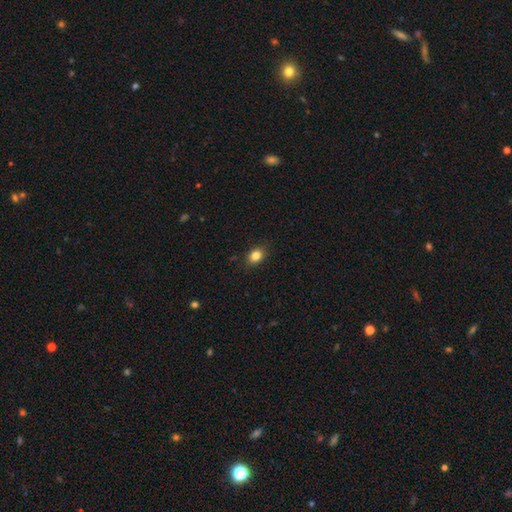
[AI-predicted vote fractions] A smooth galaxy with no disk features (84%) that is in between round and cigar-shaped (62%).

Vote fractions:
- Smooth or featured? smooth: 84% / star or artifact: 10% / featured or disk: 6%
- How rounded? in between: 62% / round: 37% / cigar-shaped: 1%
- Merging? none: 86% / minor disturbance: 10% / major disturbance: 2% / merger: 1%